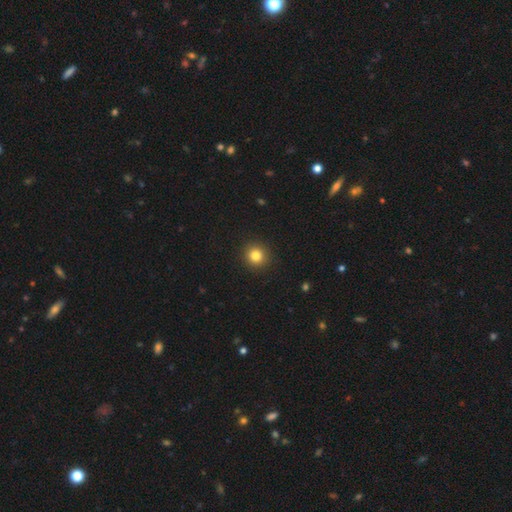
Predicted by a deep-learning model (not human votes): Smooth or featured: smooth — 82% (star or artifact — 12%)
How rounded: round — 93% (in between — 6%)
Merging: none — 92% (minor disturbance — 5%)